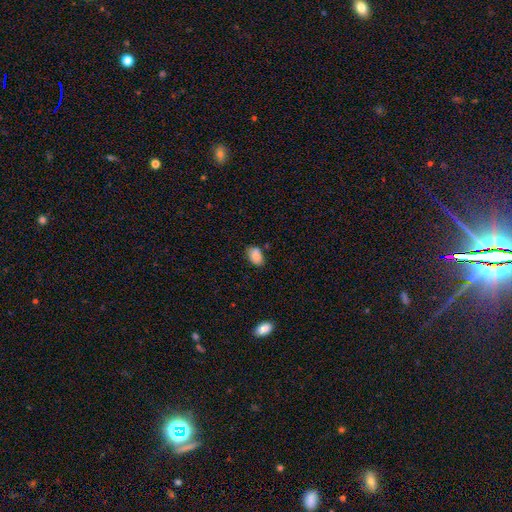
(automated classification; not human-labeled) A smooth galaxy with no disk features (84%) that is in between round and cigar-shaped (90%).

Vote fractions:
- Smooth or featured? smooth: 84% / star or artifact: 8% / featured or disk: 7%
- How rounded? in between: 90% / round: 9% / cigar-shaped: 1%
- Merging? none: 67% / minor disturbance: 20% / merger: 9% / major disturbance: 4%